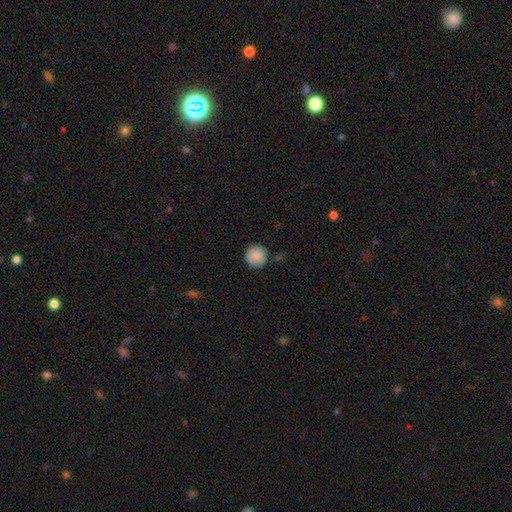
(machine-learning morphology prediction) Smooth or featured?
  - smooth: 88% *
  - star or artifact: 8%
  - featured or disk: 4%
How rounded?
  - round: 95% *
  - in between: 4%
  - cigar-shaped: 1%
Merging?
  - none: 86% *
  - minor disturbance: 9%
  - merger: 3%
  - major disturbance: 2%